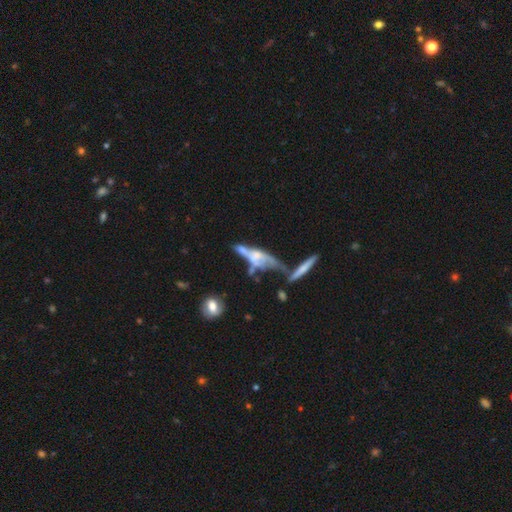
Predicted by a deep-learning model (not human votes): A featured or disk galaxy (57%). Merging: merger (47%).